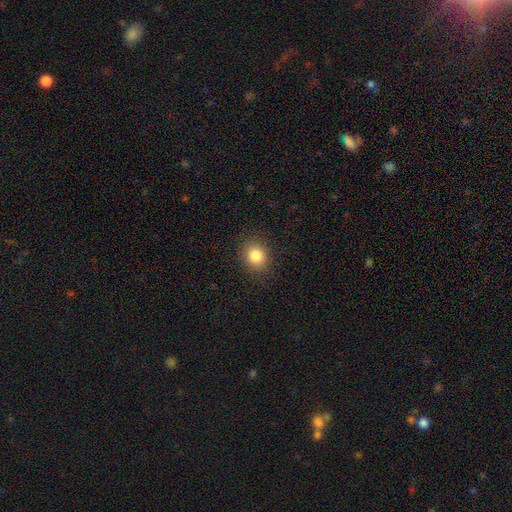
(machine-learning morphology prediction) Q: Smooth or featured?
A: smooth (83%); runner-up: star or artifact (11%)
Q: How rounded?
A: round (64%); runner-up: in between (35%)
Q: Merging?
A: none (88%); runner-up: minor disturbance (9%)